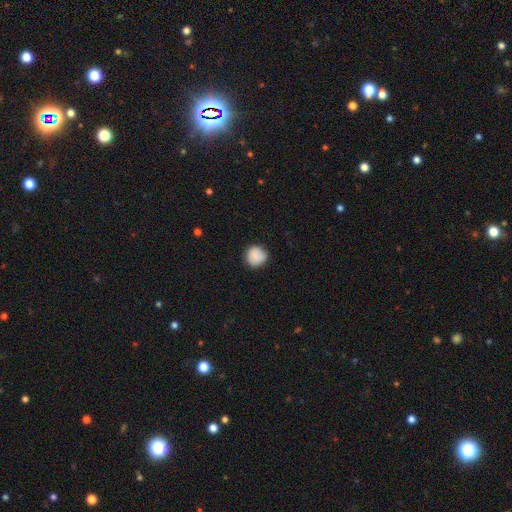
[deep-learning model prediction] Smooth or featured?
  - smooth: 88% *
  - star or artifact: 7%
  - featured or disk: 5%
How rounded?
  - round: 93% *
  - in between: 6%
  - cigar-shaped: 1%
Merging?
  - none: 87% *
  - minor disturbance: 10%
  - major disturbance: 2%
  - merger: 1%